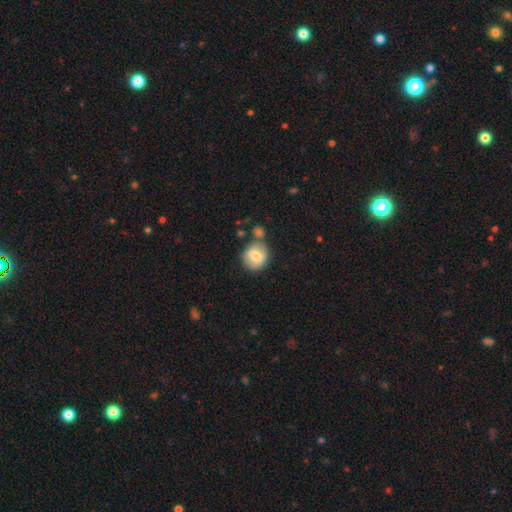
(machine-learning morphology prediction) This is likely a smooth galaxy (73%). How rounded: clearly round (80%). Merging: possibly none (56%).